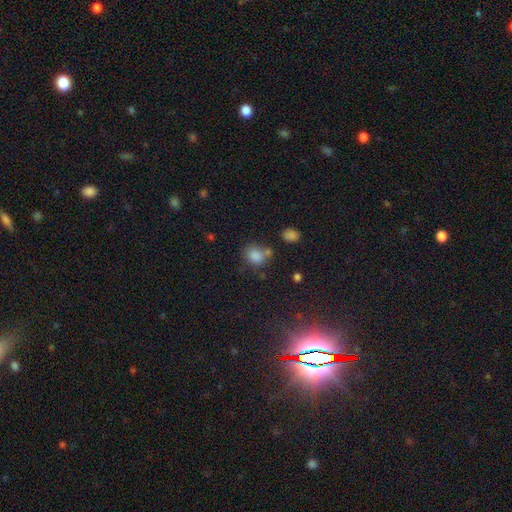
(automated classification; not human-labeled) Smooth or featured: smooth — 80% (star or artifact — 13%)
How rounded: round — 56% (in between — 43%)
Merging: none — 56% (merger — 21%)